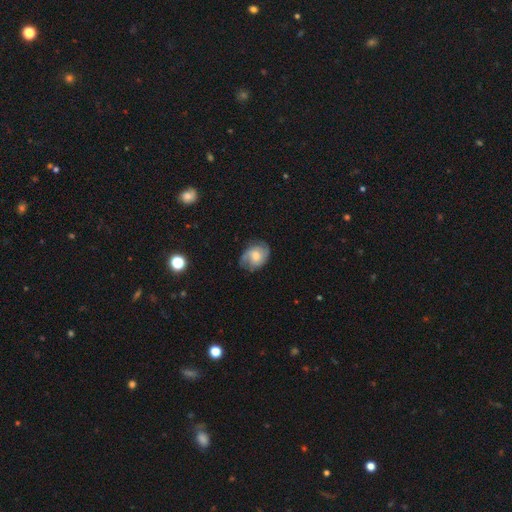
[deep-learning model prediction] Overall: featured or disk (58%; smooth 34%). Edge-on disk: no (97%). Bar: no (60%; weak 35%). Spiral arms: yes (88%). Bulge size: moderate (48%; small 24%). Merging: none (67%).